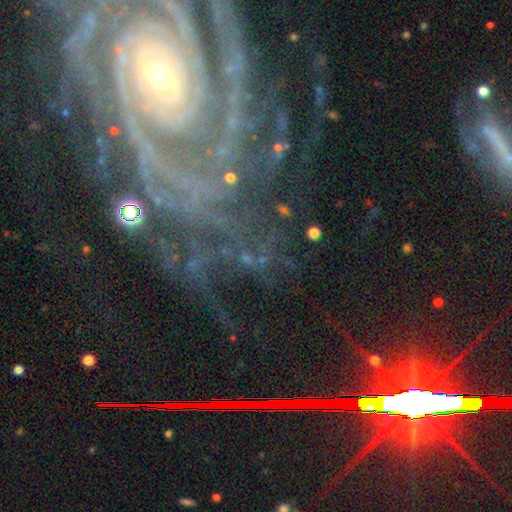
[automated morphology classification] This appears to be a featured or disk galaxy (57%) with no bar (48%), spiral arms (88%) and a small central bulge (58%). Merging: none (66%).